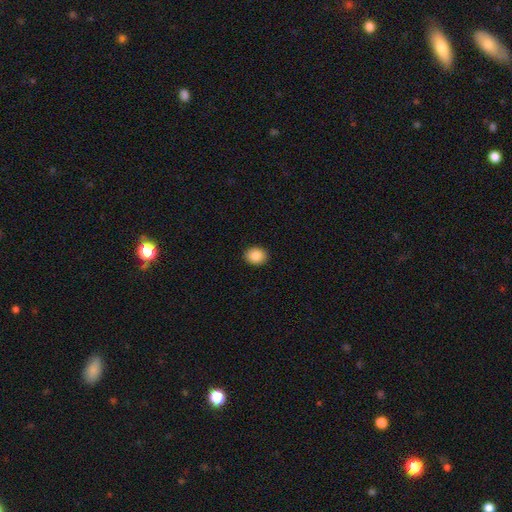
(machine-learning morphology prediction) Smooth or featured? smooth (87%)
How rounded? round (59%)
Merging? none (91%)